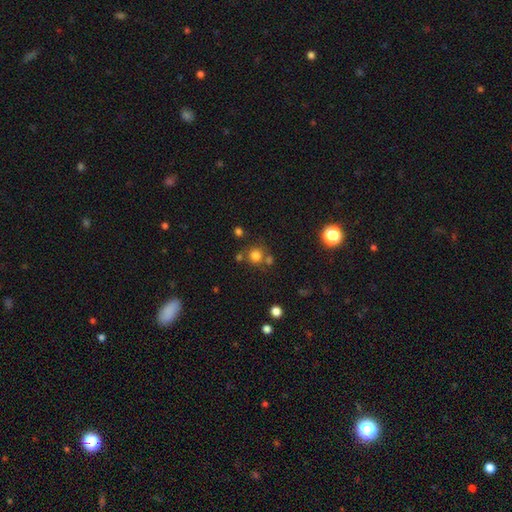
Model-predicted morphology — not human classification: Smooth or featured? Predicted: smooth (p=0.77). How rounded? Predicted: round (p=0.91). Merging? Predicted: none (p=0.68).